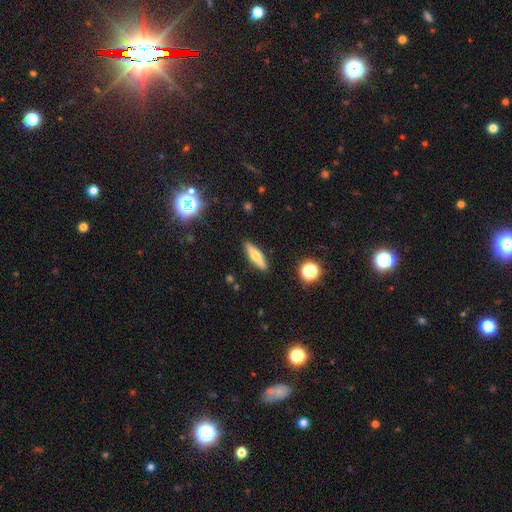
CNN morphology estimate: Smooth or featured?
  - featured or disk: 49% *
  - smooth: 43%
  - star or artifact: 8%
Merging?
  - none: 89% *
  - minor disturbance: 8%
  - major disturbance: 2%
  - merger: 2%